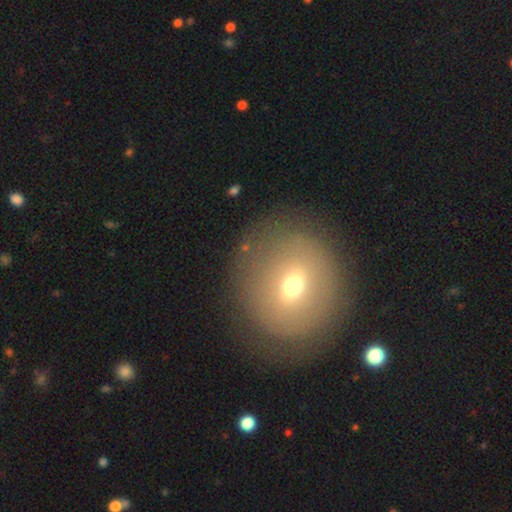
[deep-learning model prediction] Smooth or featured? Predicted: smooth (p=0.52). How rounded? Predicted: round (p=0.78). Merging? Predicted: none (p=0.85).